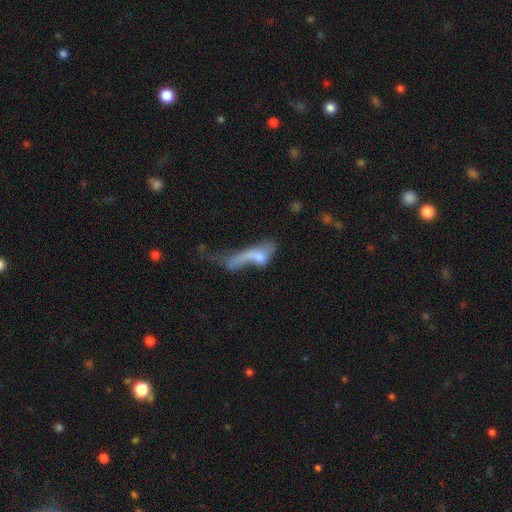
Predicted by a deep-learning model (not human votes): Morphology: type=smooth (48%); merging=major disturbance (40%).